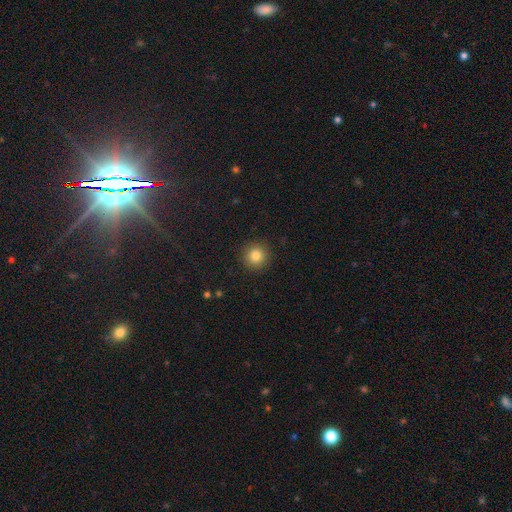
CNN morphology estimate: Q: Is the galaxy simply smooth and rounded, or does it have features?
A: smooth — 83%.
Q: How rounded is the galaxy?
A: round — 95%.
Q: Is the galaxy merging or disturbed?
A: none — 92%.